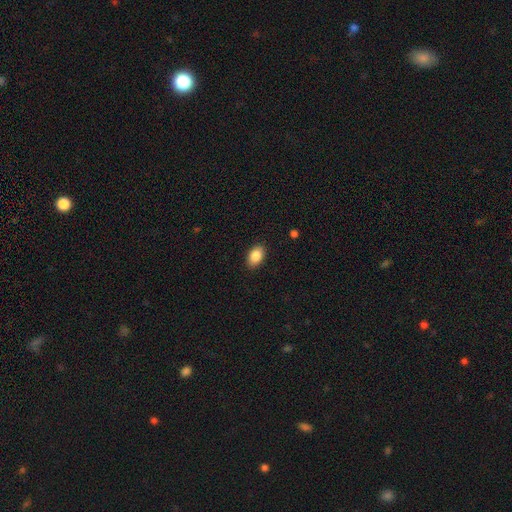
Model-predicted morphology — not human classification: Q: Smooth or featured?
A: smooth (87%); runner-up: star or artifact (7%)
Q: How rounded?
A: in between (88%); runner-up: round (11%)
Q: Merging?
A: none (88%); runner-up: minor disturbance (8%)